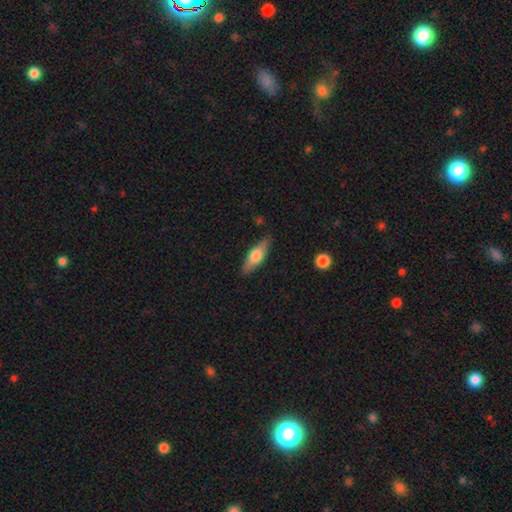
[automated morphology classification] Smooth or featured? smooth (57%)
How rounded? in between (50%)
Merging? none (85%)